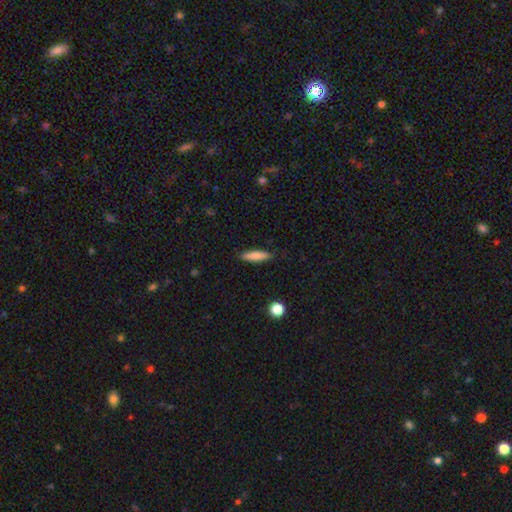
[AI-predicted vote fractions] Overall: smooth (81%). How rounded: cigar-shaped (74%). Merging: none (87%).